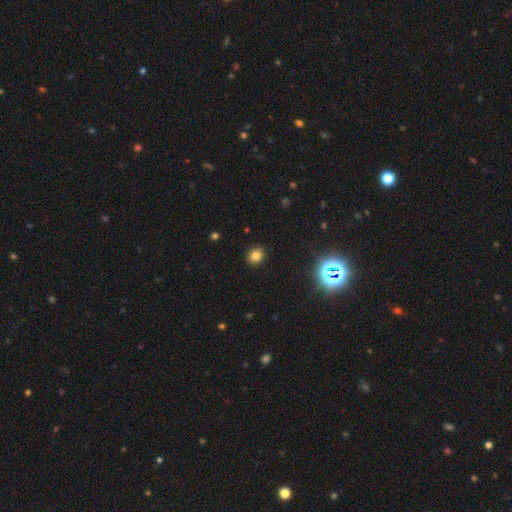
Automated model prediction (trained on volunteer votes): Smooth or featured?
  - smooth: 79% *
  - star or artifact: 16%
  - featured or disk: 6%
How rounded?
  - round: 80% *
  - in between: 19%
  - cigar-shaped: 1%
Merging?
  - none: 91% *
  - minor disturbance: 6%
  - major disturbance: 2%
  - merger: 1%